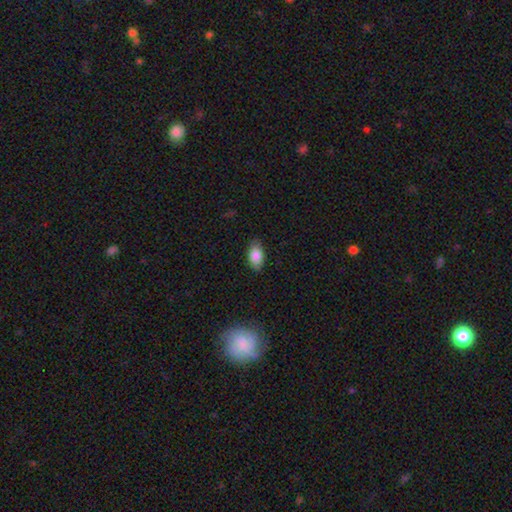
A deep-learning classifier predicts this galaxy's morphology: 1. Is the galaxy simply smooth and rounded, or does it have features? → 85% smooth, 8% featured or disk, 7% star or artifact.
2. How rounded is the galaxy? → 92% in between, 6% round, 2% cigar-shaped.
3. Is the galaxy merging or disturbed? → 85% none, 12% minor disturbance, 2% major disturbance, 1% merger.